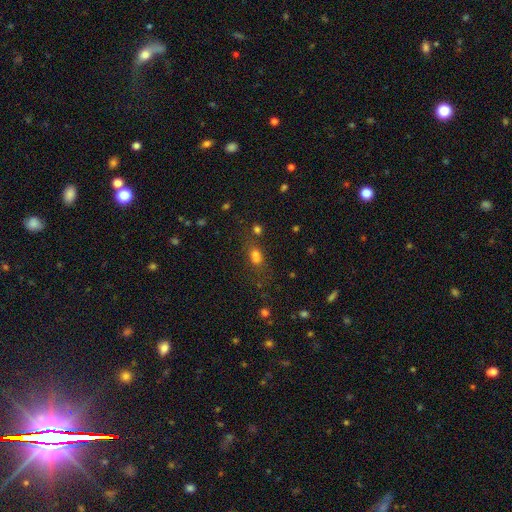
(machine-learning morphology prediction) This appears to be a smooth galaxy with no disk features (63%) that is in between round and cigar-shaped (52%). Merging: none (45%).